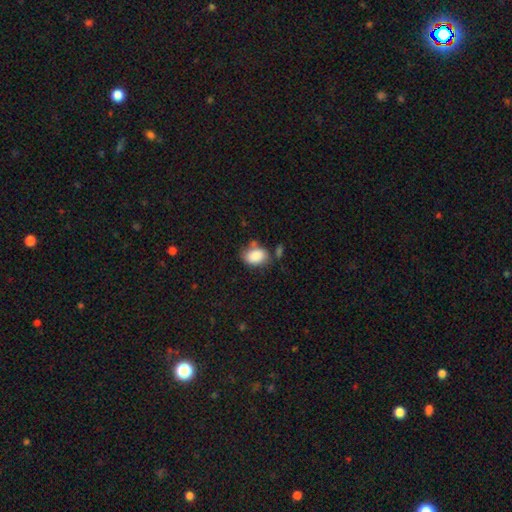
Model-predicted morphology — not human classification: Smooth or featured? Predicted: smooth (p=0.86). How rounded? Predicted: in between (p=0.78). Merging? Predicted: none (p=0.60).